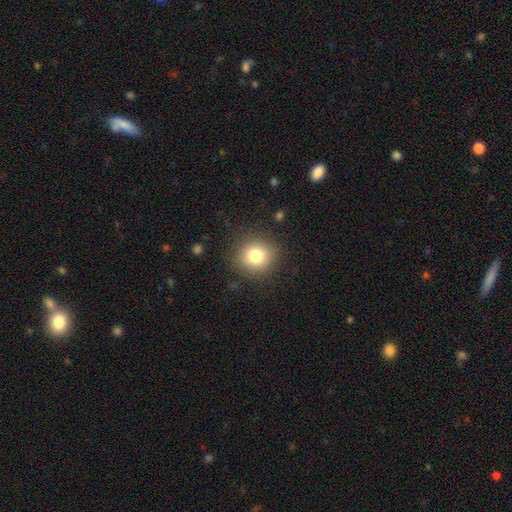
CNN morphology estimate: smooth 79%, star or artifact 12%, featured or disk 9%. Down the decision tree: how rounded — round (89%); merging — none (88%).